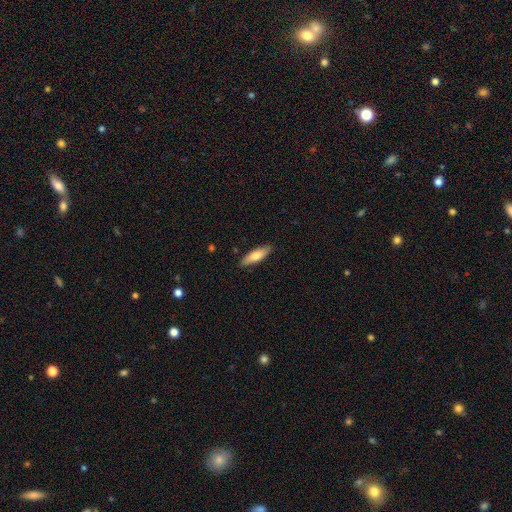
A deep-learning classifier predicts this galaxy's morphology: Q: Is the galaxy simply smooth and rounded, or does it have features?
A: smooth — 73%.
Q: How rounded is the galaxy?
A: cigar-shaped — 52%.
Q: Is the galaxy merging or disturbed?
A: none — 88%.